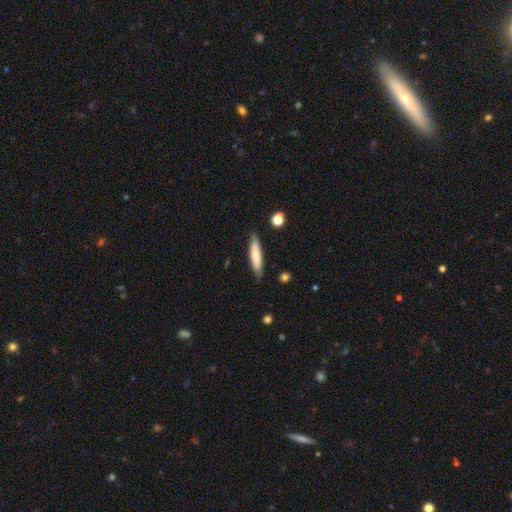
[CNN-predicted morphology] Smooth or featured? Predicted: smooth (p=0.77). How rounded? Predicted: cigar-shaped (p=0.83). Merging? Predicted: none (p=0.85).